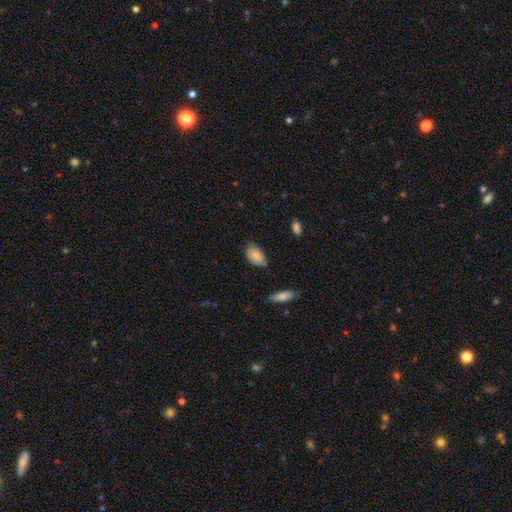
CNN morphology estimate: smooth-or-featured: smooth: 84% | featured or disk: 9% | star or artifact: 7%
  how-rounded: in between: 93% | cigar-shaped: 3% | round: 3%
  merging: none: 71% | minor disturbance: 23% | major disturbance: 4% | merger: 3%